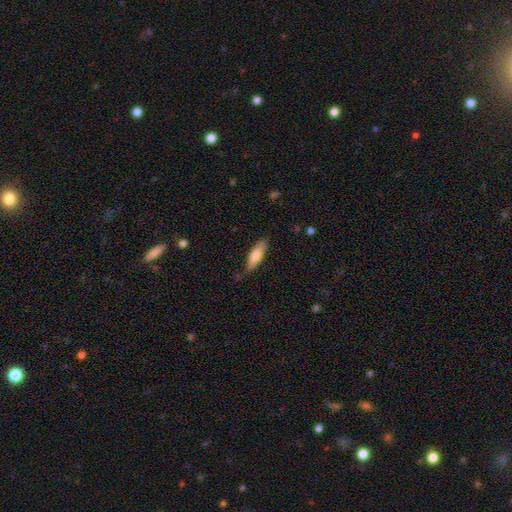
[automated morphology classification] The model was most divided on "how rounded" (2-way tie): cigar-shaped: 49%, in between: 49%, round: 2%. More confident: merging — none (77%); smooth or featured — smooth (75%).